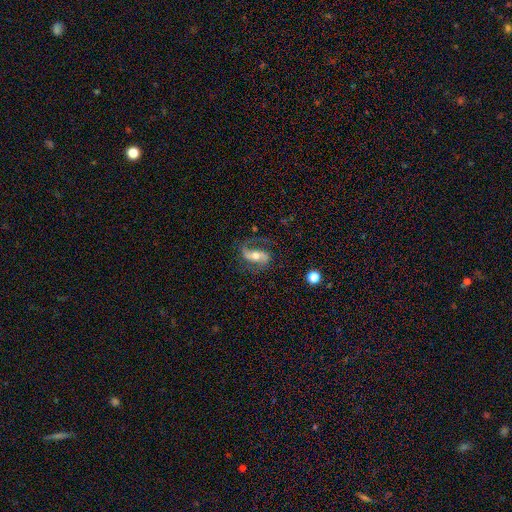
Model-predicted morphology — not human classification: Smooth or featured? Predicted: featured or disk (p=0.80). Edge-on disk? Predicted: no (p=0.93). Bar? Predicted: strong (p=0.41). Spiral arms? Predicted: yes (p=0.94). Spiral winding? Predicted: loose (p=0.51). Spiral arm count? Predicted: 2 (p=0.85). Bulge size? Predicted: moderate (p=0.66). Merging? Predicted: none (p=0.67).